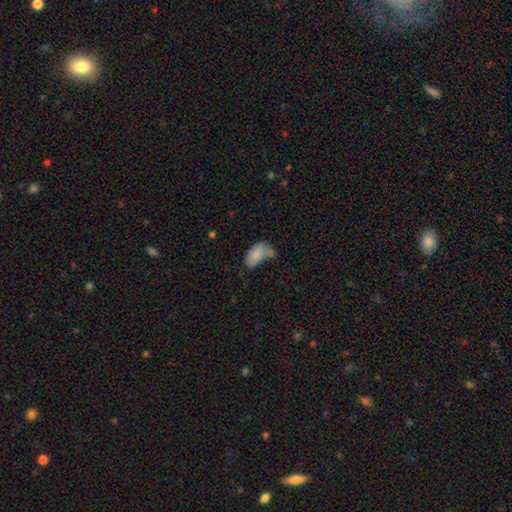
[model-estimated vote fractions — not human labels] smooth_or_featured: smooth (p=0.81) [alt: featured or disk p=0.11]
how_rounded: in between (p=0.93) [alt: round p=0.04]
merging: none (p=0.35) [alt: minor disturbance p=0.26]